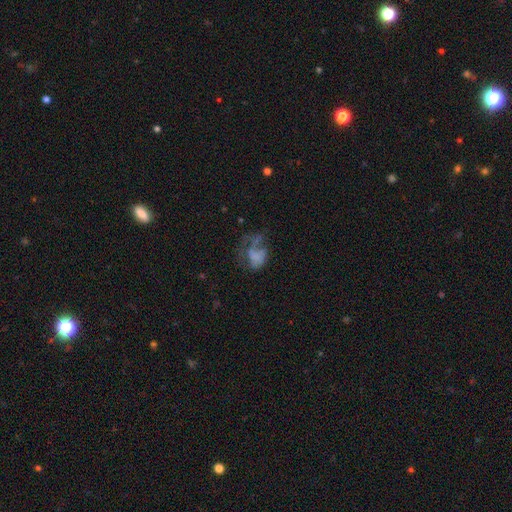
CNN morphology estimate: Q: Smooth or featured?
A: featured or disk (44%); runner-up: smooth (41%)
Q: Merging?
A: major disturbance (53%); runner-up: none (23%)